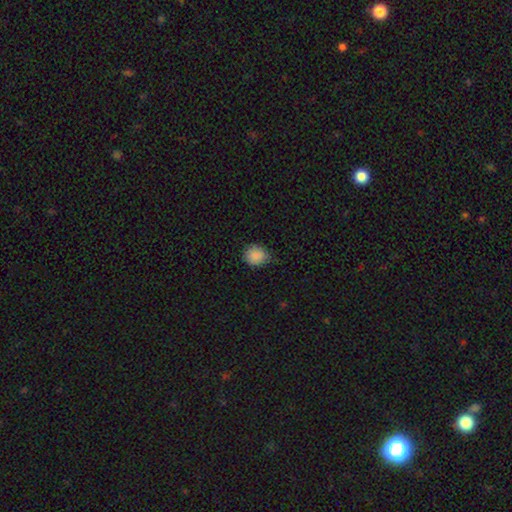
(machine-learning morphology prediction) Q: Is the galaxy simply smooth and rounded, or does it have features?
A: smooth — 88%.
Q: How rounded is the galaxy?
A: round — 77%.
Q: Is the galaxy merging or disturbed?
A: none — 74%.